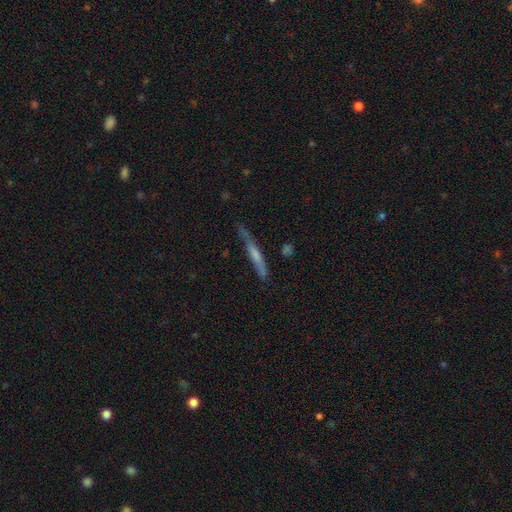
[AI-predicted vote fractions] Smooth or featured?
  - featured or disk: 50% *
  - smooth: 43%
  - star or artifact: 7%
Merging?
  - none: 73% *
  - minor disturbance: 20%
  - major disturbance: 5%
  - merger: 3%